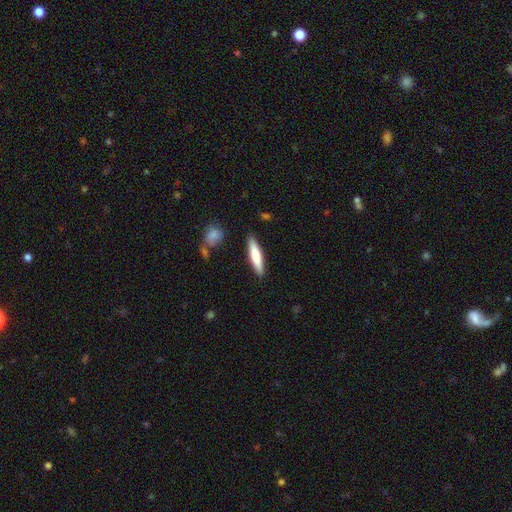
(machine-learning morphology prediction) Q: Smooth or featured?
A: smooth (73%); runner-up: featured or disk (21%)
Q: How rounded?
A: cigar-shaped (82%); runner-up: in between (17%)
Q: Merging?
A: none (88%); runner-up: minor disturbance (8%)